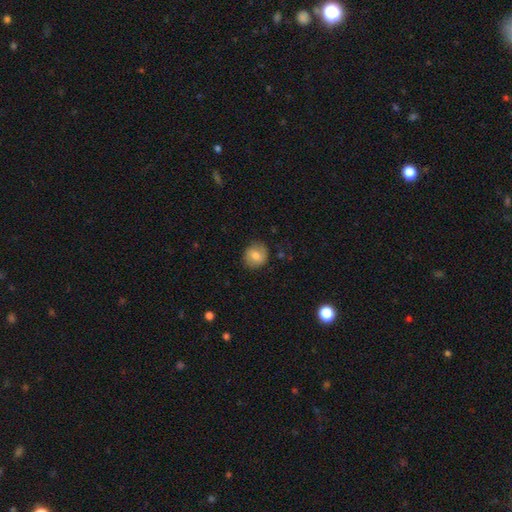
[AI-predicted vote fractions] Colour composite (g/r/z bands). It shows a smooth galaxy with no disk features (72%) that is round (81%). Merging: none (79%).